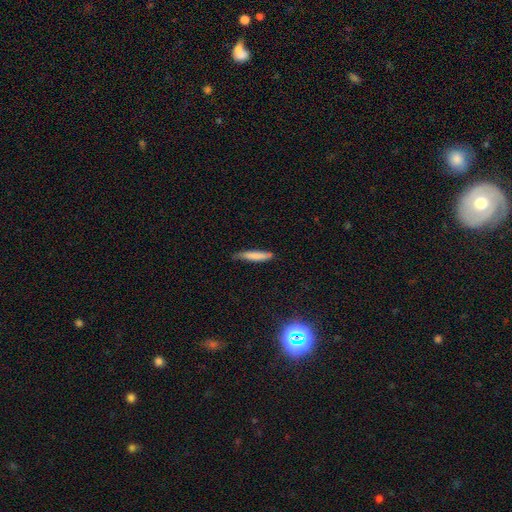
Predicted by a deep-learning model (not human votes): A smooth galaxy with no disk features (79%) that is cigar-shaped (90%). Merging: none (71%).